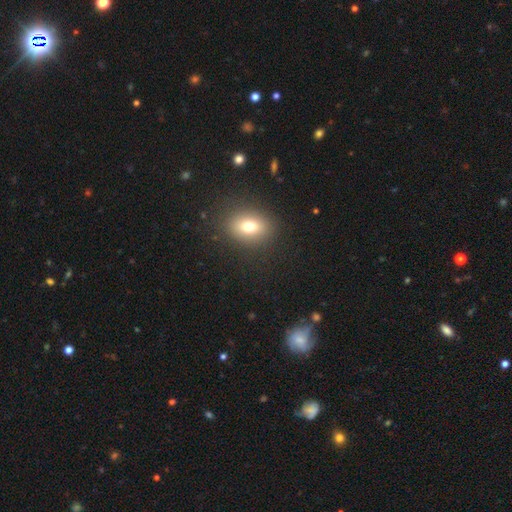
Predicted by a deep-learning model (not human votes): Morphology: type=smooth (66%); roundness=in between (58%); merging=none (89%).